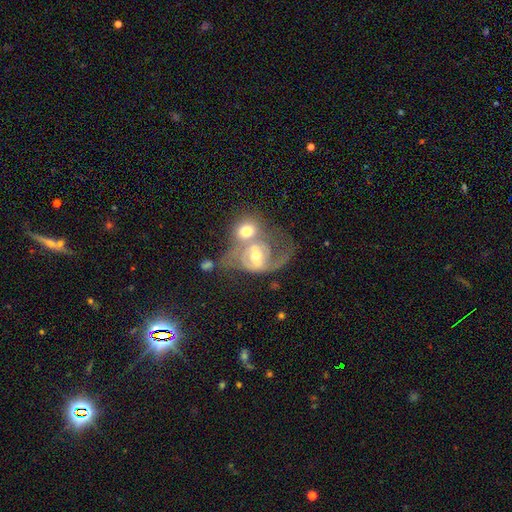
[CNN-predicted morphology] Q: Smooth or featured?
A: featured or disk (73%); runner-up: smooth (19%)
Q: Edge-on disk?
A: no (96%); runner-up: yes (4%)
Q: Bar?
A: weak (41%); tied with: no (41%)
Q: Spiral arms?
A: yes (82%); runner-up: no (18%)
Q: Spiral winding?
A: medium (44%); runner-up: loose (35%)
Q: Spiral arm count?
A: 2 (64%); runner-up: 1 (18%)
Q: Bulge size?
A: moderate (62%); runner-up: small (28%)
Q: Merging?
A: merger (63%); runner-up: none (17%)